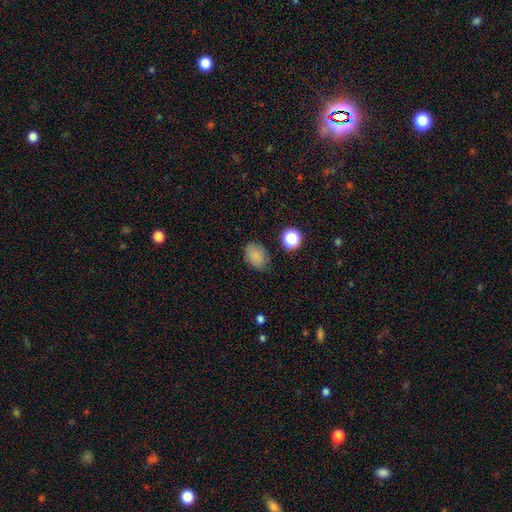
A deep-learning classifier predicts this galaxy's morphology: Smooth or featured? Predicted: smooth (p=0.83). How rounded? Predicted: in between (p=0.76). Merging? Predicted: none (p=0.78).